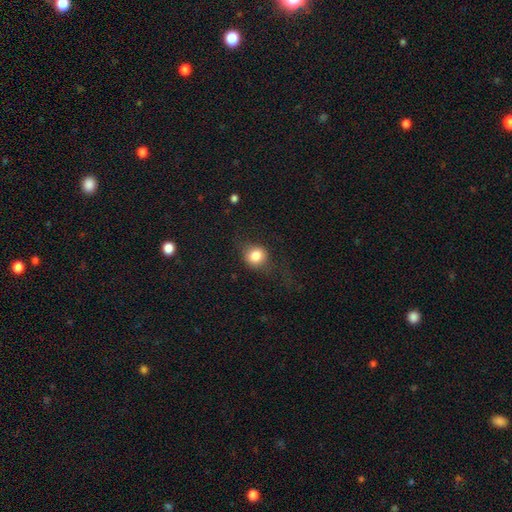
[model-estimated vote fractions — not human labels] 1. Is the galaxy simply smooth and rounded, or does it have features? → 79% smooth, 11% featured or disk, 10% star or artifact.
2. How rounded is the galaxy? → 79% round, 20% in between, 1% cigar-shaped.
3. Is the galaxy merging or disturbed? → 69% none, 18% minor disturbance, 12% major disturbance, 1% merger.